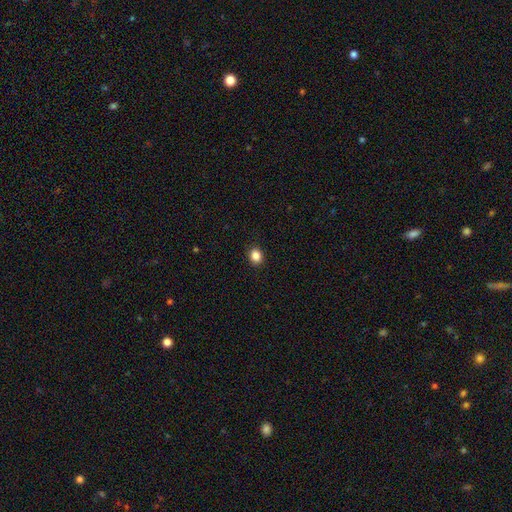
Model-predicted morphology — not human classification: smooth_or_featured: smooth (p=0.86) [alt: star or artifact p=0.10]
how_rounded: round (p=0.65) [alt: in between p=0.34]
merging: none (p=0.92) [alt: minor disturbance p=0.06]